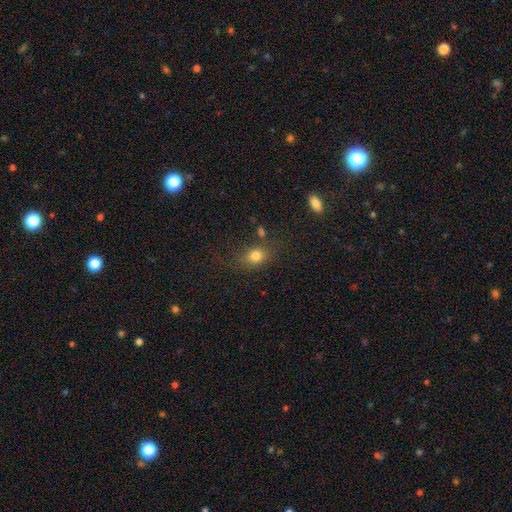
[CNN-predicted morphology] Smooth or featured?
  - smooth: 79% *
  - star or artifact: 13%
  - featured or disk: 8%
How rounded?
  - in between: 50% *
  - round: 48%
  - cigar-shaped: 2%
Merging?
  - none: 69% *
  - minor disturbance: 17%
  - major disturbance: 8%
  - merger: 7%